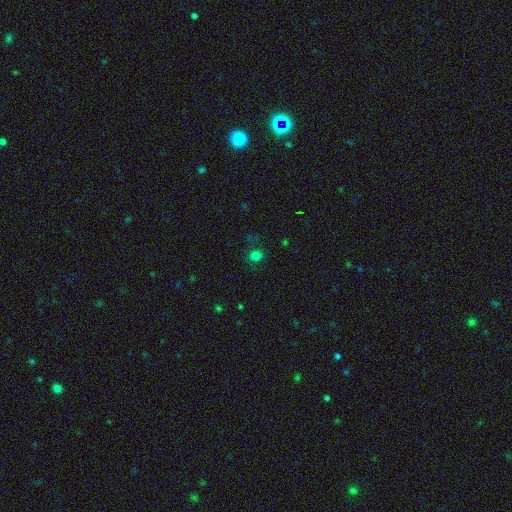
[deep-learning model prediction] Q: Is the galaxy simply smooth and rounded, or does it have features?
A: smooth — 75%.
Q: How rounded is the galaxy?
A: round — 83%.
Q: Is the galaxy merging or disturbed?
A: none — 80%.